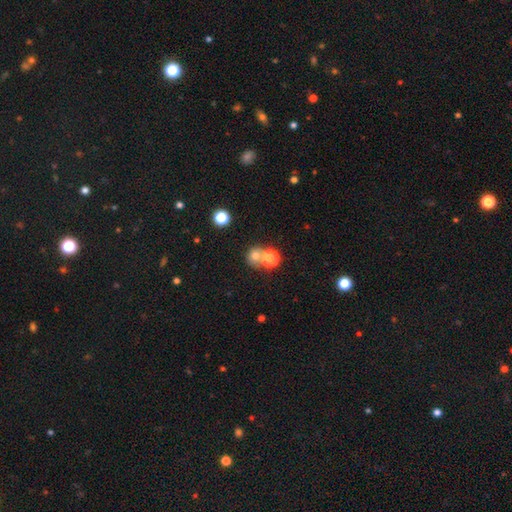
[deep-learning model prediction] smooth-or-featured: smooth: 71% | star or artifact: 19% | featured or disk: 10%
  how-rounded: round: 83% | in between: 16% | cigar-shaped: 1%
  merging: none: 51% | merger: 37% | minor disturbance: 8% | major disturbance: 4%